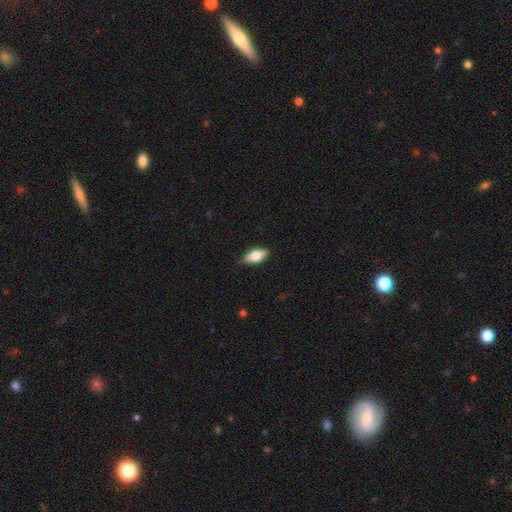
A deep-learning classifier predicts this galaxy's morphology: The model was most divided on "smooth or featured": smooth: 64%, featured or disk: 30%, star or artifact: 7%. More confident: how rounded — in between (82%); merging — none (81%).